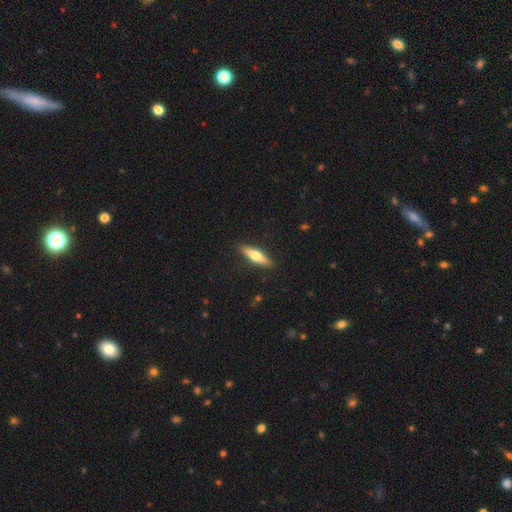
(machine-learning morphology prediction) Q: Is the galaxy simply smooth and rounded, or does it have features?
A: smooth — 49%.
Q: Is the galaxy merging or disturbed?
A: none — 90%.